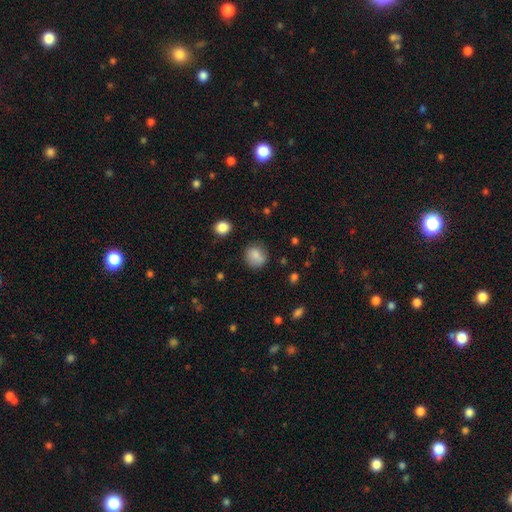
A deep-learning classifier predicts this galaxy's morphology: This appears to be a smooth galaxy with no disk features (82%) that is round (78%). Merging: none (72%).